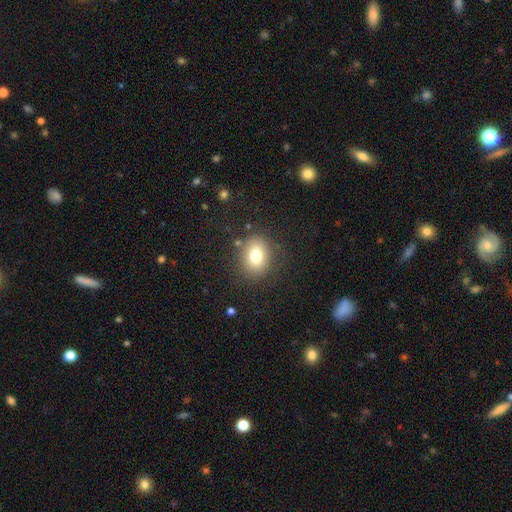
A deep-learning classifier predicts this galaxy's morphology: This is likely a smooth galaxy (76%). How rounded: possibly round (54%). Merging: clearly none (84%).